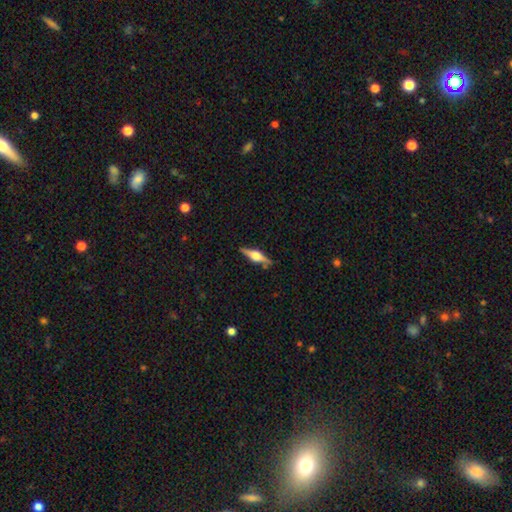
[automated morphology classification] Overall: featured or disk (78%). Edge-on disk: yes (98%). Edge-on bulge: rounded (92%). Merging: none (88%).